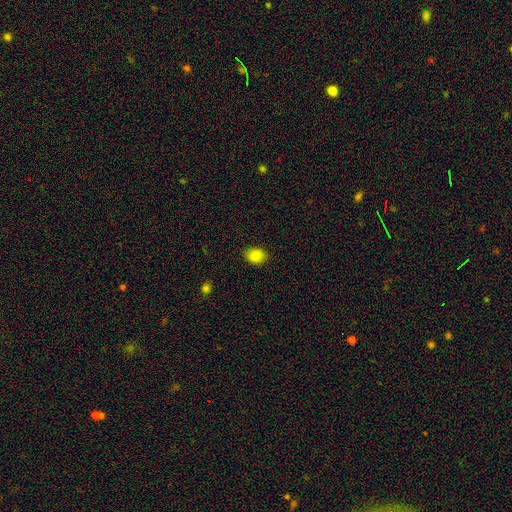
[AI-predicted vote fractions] A smooth galaxy with no disk features (85%) that is in between round and cigar-shaped (63%). Merging: none (87%).